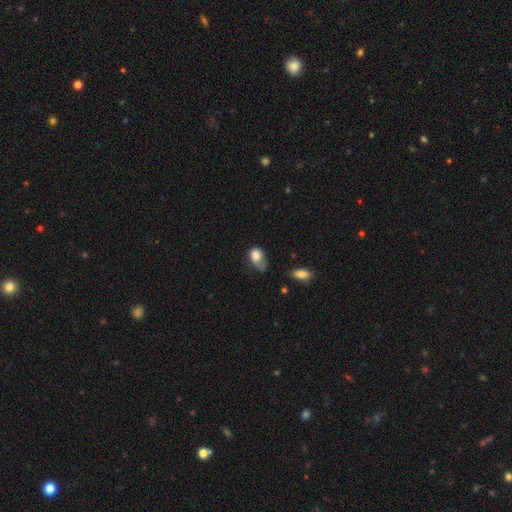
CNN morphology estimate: Q: Smooth or featured?
A: smooth (77%); runner-up: featured or disk (14%)
Q: How rounded?
A: in between (72%); runner-up: round (26%)
Q: Merging?
A: minor disturbance (38%); runner-up: major disturbance (32%)